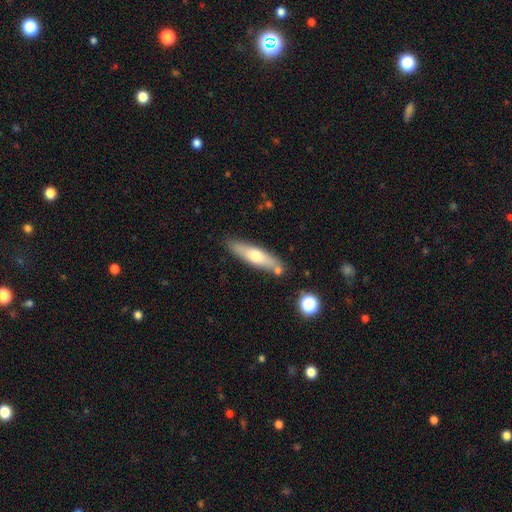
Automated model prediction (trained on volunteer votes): This appears to be a smooth galaxy with no disk features (55%) that is cigar-shaped (73%). Merging: none (79%).